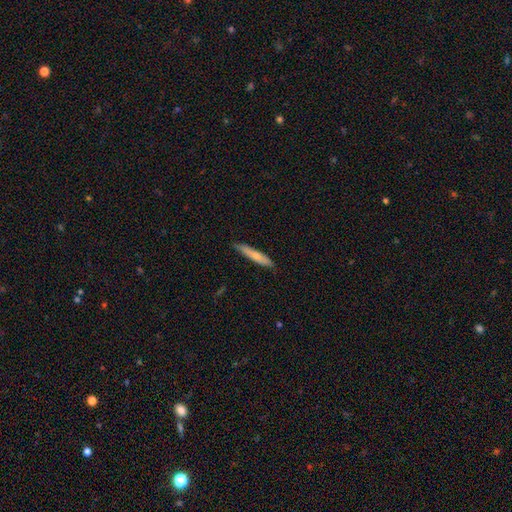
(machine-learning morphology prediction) type=smooth (66%); roundness=cigar-shaped (91%); merging=none (82%).